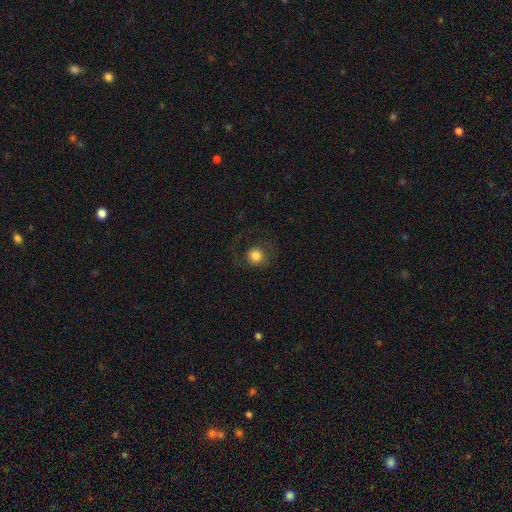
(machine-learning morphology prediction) This appears to be a smooth galaxy with no disk features (78%) that is round (92%). Merging: none (72%).